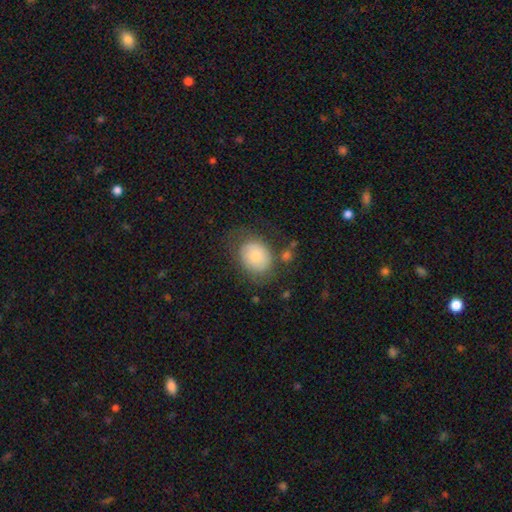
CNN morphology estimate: Smooth or featured: smooth — 68% (featured or disk — 24%)
How rounded: round — 51% (in between — 48%)
Merging: none — 65% (minor disturbance — 20%)